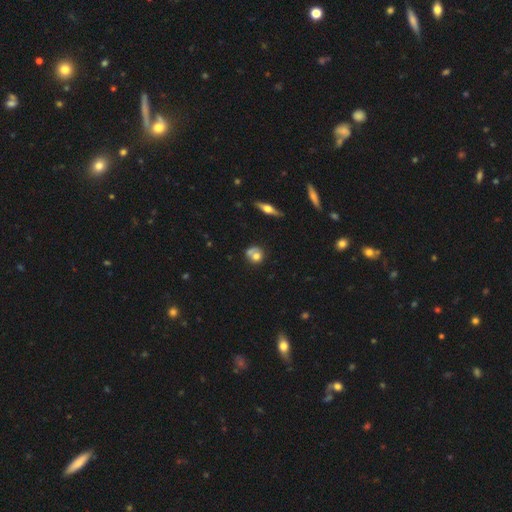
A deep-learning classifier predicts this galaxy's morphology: type=smooth (64%); roundness=round (79%); merging=none (47%).